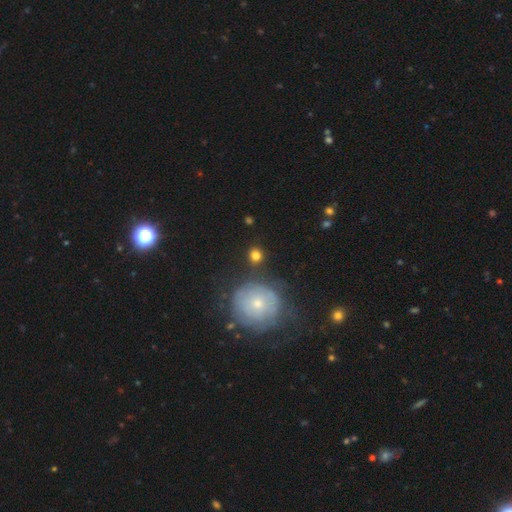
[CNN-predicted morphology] Smooth or featured? smooth (77%)
How rounded? round (89%)
Merging? none (77%)